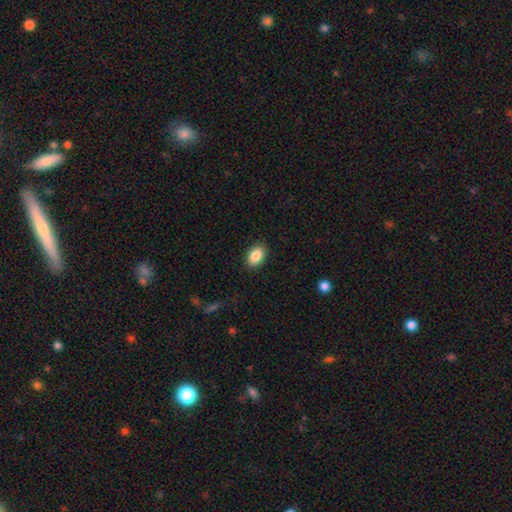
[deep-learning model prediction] This is clearly a smooth galaxy (87%). How rounded: clearly in between (88%). Merging: clearly none (89%).